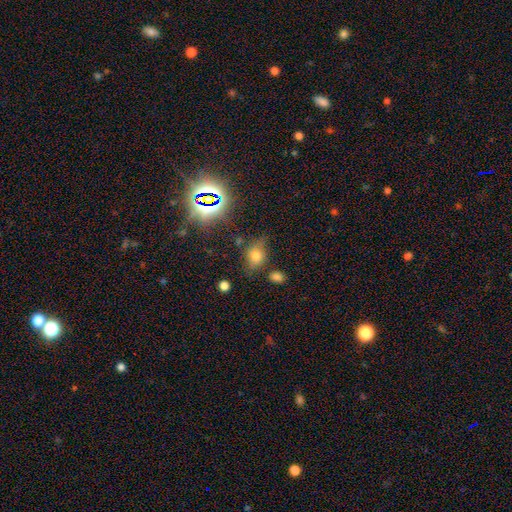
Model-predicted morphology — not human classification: The model was most divided on "how rounded": in between: 68%, round: 29%, cigar-shaped: 3%. More confident: smooth or featured — smooth (66%); merging — none (63%).